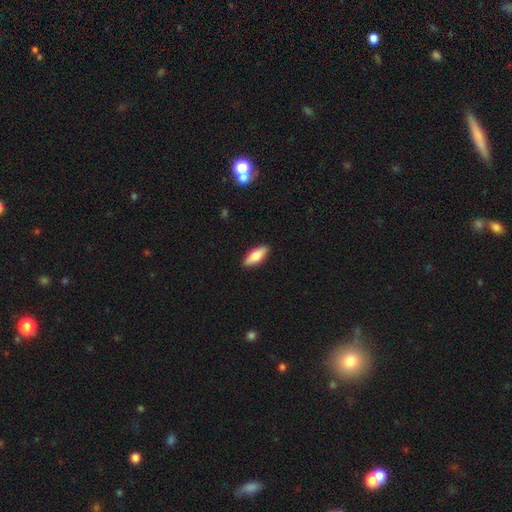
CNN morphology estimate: A smooth galaxy with no disk features (74%) that is in between round and cigar-shaped (70%).

Vote fractions:
- Smooth or featured? smooth: 74% / featured or disk: 20% / star or artifact: 6%
- How rounded? in between: 70% / cigar-shaped: 28% / round: 2%
- Merging? none: 89% / minor disturbance: 8% / major disturbance: 2% / merger: 1%